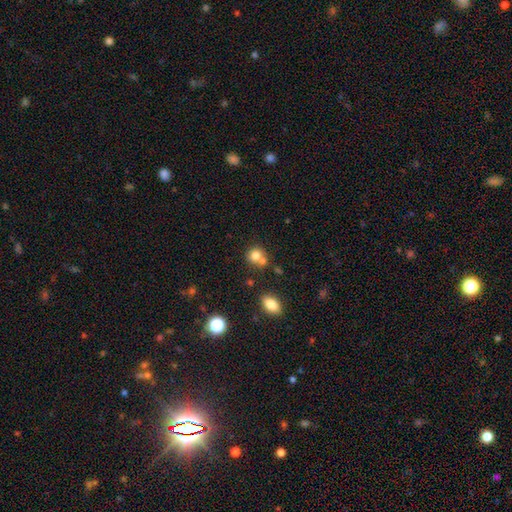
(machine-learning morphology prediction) Smooth or featured? Predicted: smooth (p=0.77). How rounded? Predicted: round (p=0.82). Merging? Predicted: none (p=0.49).